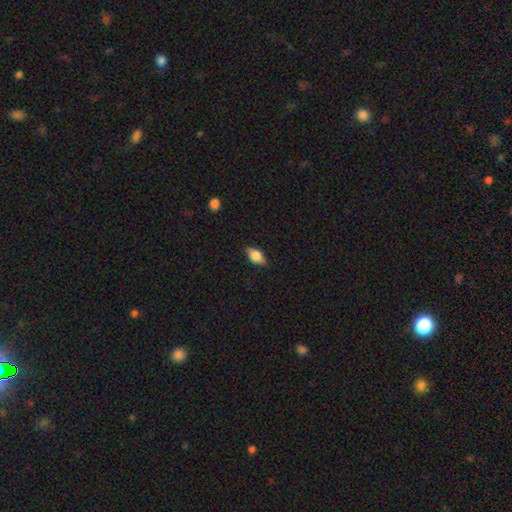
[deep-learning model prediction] Smooth or featured: smooth — 72% (featured or disk — 20%)
How rounded: in between — 86% (cigar-shaped — 7%)
Merging: none — 84% (minor disturbance — 13%)